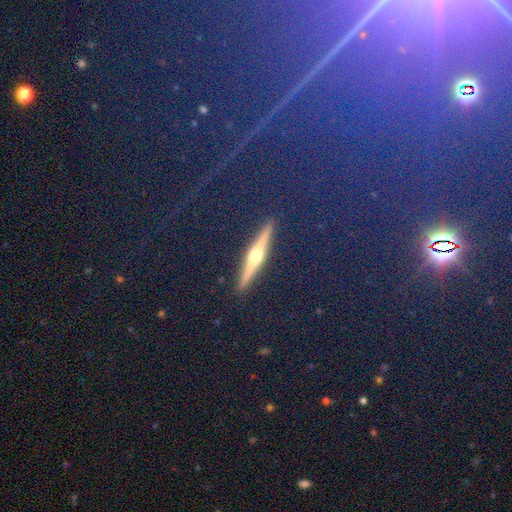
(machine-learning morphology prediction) A featured or disk galaxy (63%) viewed edge-on (91%) with a rounded central bulge (93%).

Vote fractions:
- Smooth or featured? featured or disk: 63% / star or artifact: 21% / smooth: 16%
- Edge-on disk? yes: 91% / no: 9%
- Edge-on bulge? rounded: 93% / boxy: 3% / none: 3%
- Merging? none: 90% / minor disturbance: 6% / major disturbance: 2% / merger: 2%